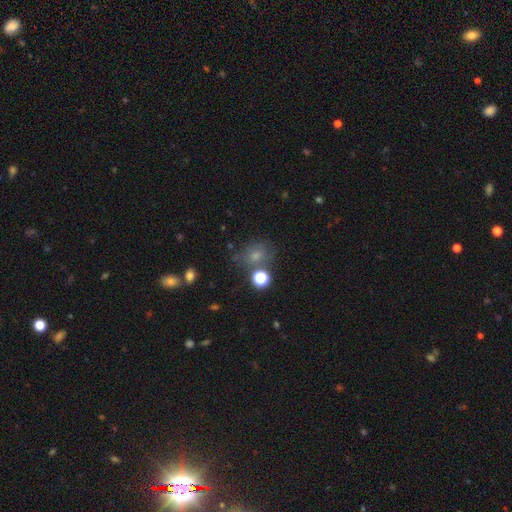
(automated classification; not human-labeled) Smooth or featured?
  - smooth: 53% *
  - star or artifact: 33%
  - featured or disk: 14%
How rounded?
  - round: 69% *
  - in between: 29%
  - cigar-shaped: 1%
Merging?
  - none: 68% *
  - minor disturbance: 14%
  - merger: 11%
  - major disturbance: 7%